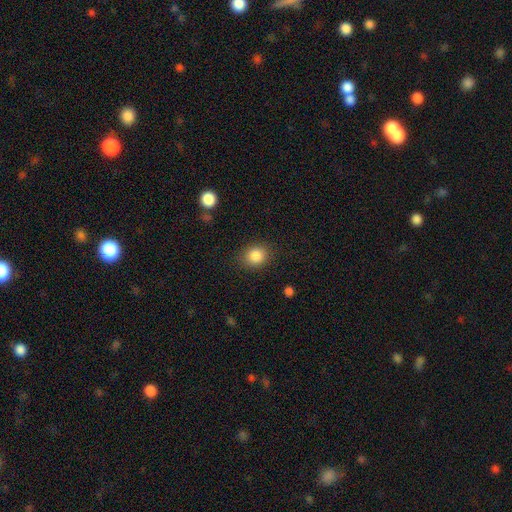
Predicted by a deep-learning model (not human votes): Smooth or featured? smooth (85%)
How rounded? round (62%)
Merging? none (84%)